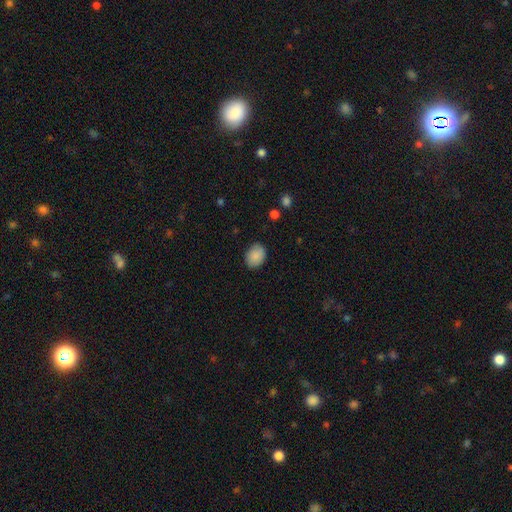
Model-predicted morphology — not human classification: Smooth or featured: smooth — 88% (star or artifact — 7%)
How rounded: in between — 60% (round — 39%)
Merging: none — 83% (minor disturbance — 13%)